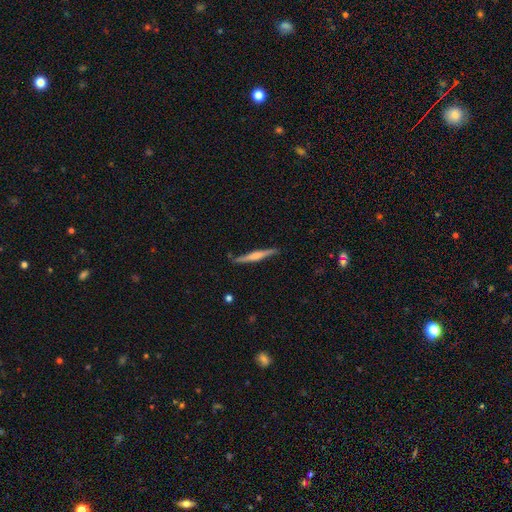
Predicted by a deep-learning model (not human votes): A featured or disk galaxy (58%) viewed edge-on (97%) with a rounded central bulge (51%).

Vote fractions:
- Smooth or featured? featured or disk: 58% / smooth: 36% / star or artifact: 6%
- Edge-on disk? yes: 97% / no: 3%
- Edge-on bulge? rounded: 51% / boxy: 27% / none: 21%
- Merging? none: 85% / minor disturbance: 11% / major disturbance: 2% / merger: 2%